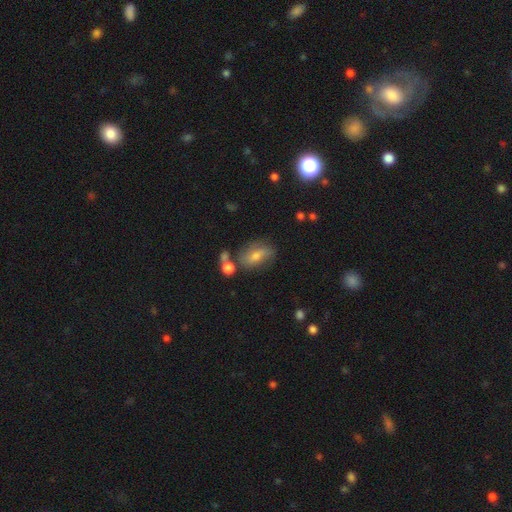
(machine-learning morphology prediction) Smooth or featured? Predicted: smooth (p=0.53). How rounded? Predicted: in between (p=0.79). Merging? Predicted: none (p=0.62).